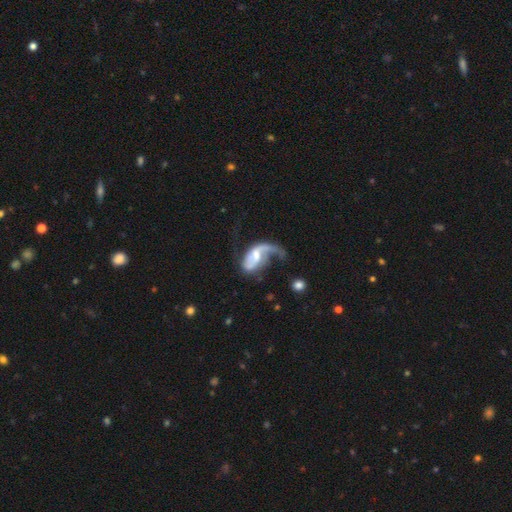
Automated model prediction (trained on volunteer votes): A featured or disk galaxy (72%) with no bar (42%), 1 (54%) loose (73%) spiral arms (84%) and a moderate central bulge (42%).

Vote fractions:
- Smooth or featured? featured or disk: 72% / smooth: 22% / star or artifact: 6%
- Edge-on disk? no: 96% / yes: 4%
- Bar? no: 42% / weak: 41% / strong: 17%
- Spiral arms? yes: 84% / no: 16%
- Spiral winding? loose: 73% / medium: 20% / tight: 7%
- Spiral arm count? 1: 54% / 2: 37% / can't tell: 5% / 3: 1% / 4: 1% / more than 4: 1%
- Bulge size? moderate: 42% / small: 38% / none: 11% / large: 7% / dominant: 2%
- Merging? major disturbance: 55% / none: 21% / minor disturbance: 16% / merger: 8%